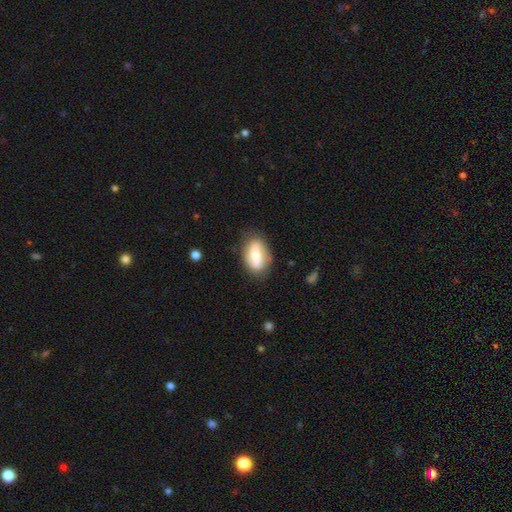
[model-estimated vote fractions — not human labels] Smooth or featured? smooth (52%)
How rounded? in between (88%)
Merging? none (79%)